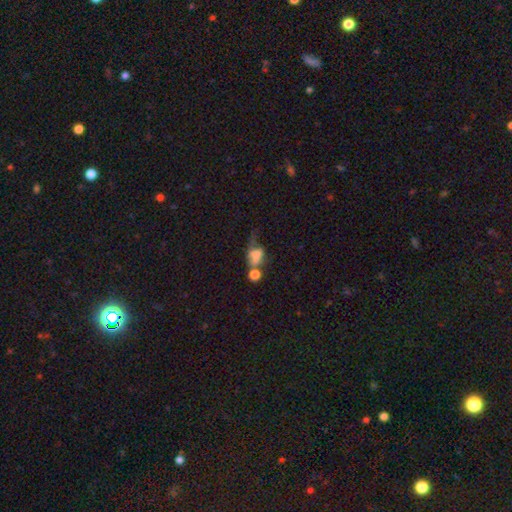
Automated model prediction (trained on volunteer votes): Smooth or featured? Predicted: smooth (p=0.56). How rounded? Predicted: in between (p=0.67). Merging? Predicted: merger (p=0.38).